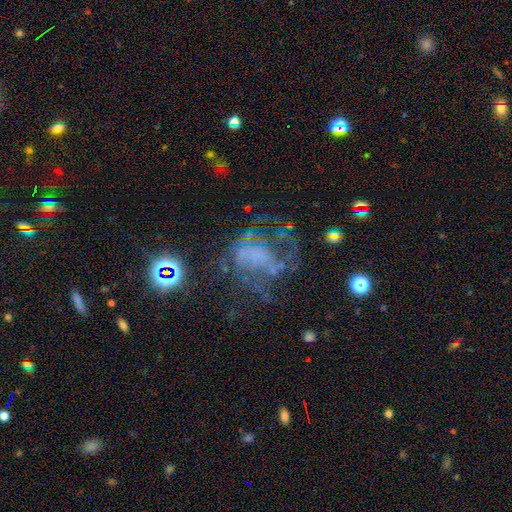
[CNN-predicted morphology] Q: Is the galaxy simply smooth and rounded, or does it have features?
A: featured or disk — 59%.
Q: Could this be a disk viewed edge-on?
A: no — 98%.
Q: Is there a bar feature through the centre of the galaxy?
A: no — 79%.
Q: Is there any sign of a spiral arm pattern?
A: no — 51%.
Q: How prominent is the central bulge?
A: none — 66%.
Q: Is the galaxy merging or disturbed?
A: none — 44%.